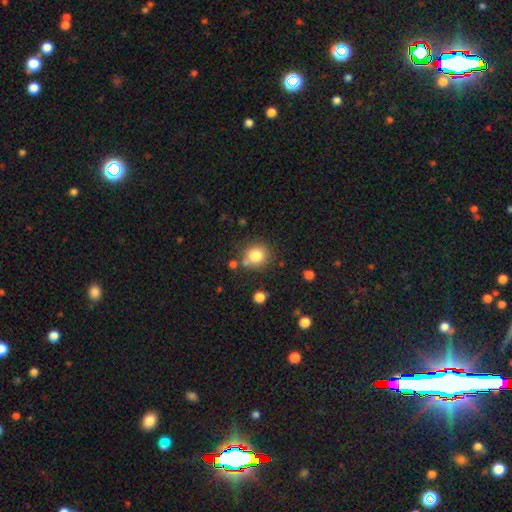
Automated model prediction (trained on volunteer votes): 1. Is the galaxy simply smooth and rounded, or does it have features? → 81% smooth, 11% star or artifact, 8% featured or disk.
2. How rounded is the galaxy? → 86% round, 13% in between, 1% cigar-shaped.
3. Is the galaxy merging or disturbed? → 71% none, 13% minor disturbance, 11% merger, 5% major disturbance.